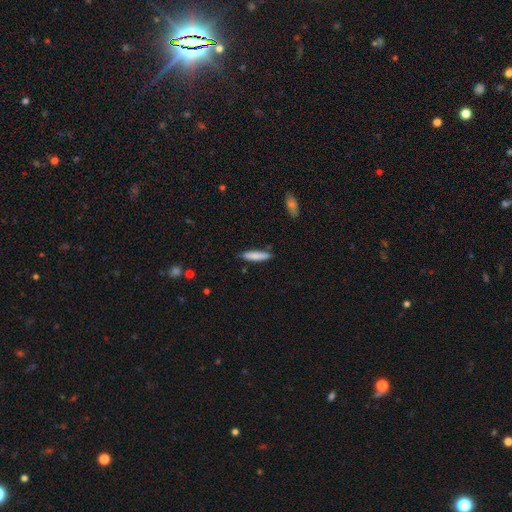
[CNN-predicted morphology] Q: Smooth or featured?
A: smooth (80%); runner-up: featured or disk (14%)
Q: How rounded?
A: cigar-shaped (85%); runner-up: in between (13%)
Q: Merging?
A: none (84%); runner-up: minor disturbance (12%)